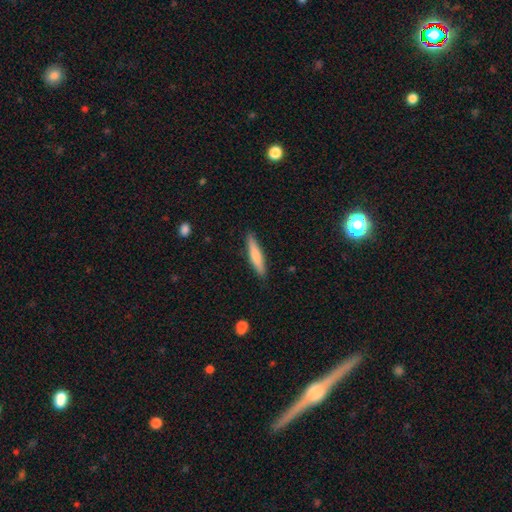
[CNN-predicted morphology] smooth_or_featured: smooth (p=0.72) [alt: featured or disk p=0.23]
how_rounded: cigar-shaped (p=0.89) [alt: in between p=0.10]
merging: none (p=0.89) [alt: minor disturbance p=0.08]